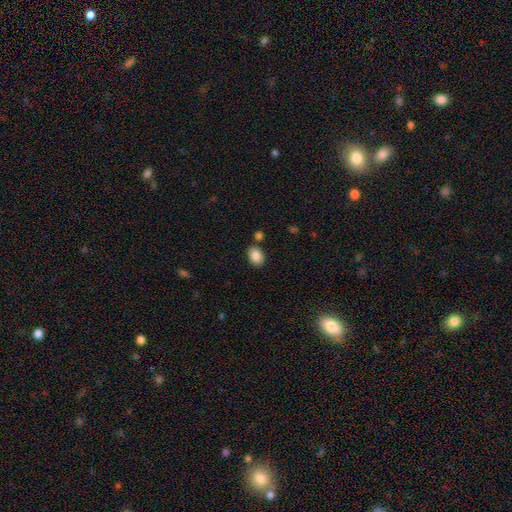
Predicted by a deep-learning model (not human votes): A smooth galaxy with no disk features (86%) that is in between round and cigar-shaped (76%).

Vote fractions:
- Smooth or featured? smooth: 86% / star or artifact: 8% / featured or disk: 6%
- How rounded? in between: 76% / round: 23% / cigar-shaped: 1%
- Merging? none: 82% / minor disturbance: 10% / merger: 6% / major disturbance: 2%